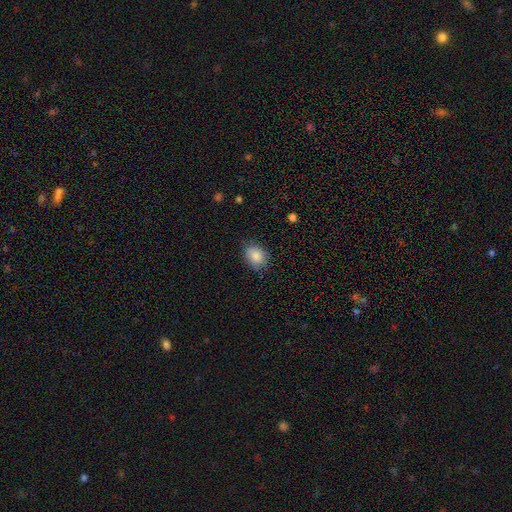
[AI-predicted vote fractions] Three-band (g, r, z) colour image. It shows a smooth galaxy with no disk features (86%) that is in between round and cigar-shaped (58%). Merging: none (81%).